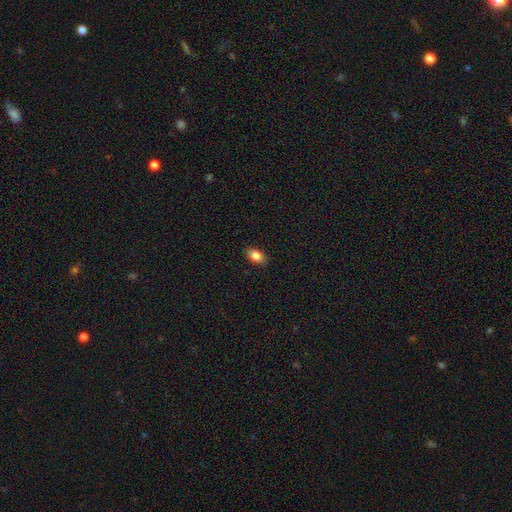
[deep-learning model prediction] Q: Smooth or featured?
A: smooth (85%); runner-up: star or artifact (8%)
Q: How rounded?
A: in between (90%); runner-up: round (7%)
Q: Merging?
A: none (88%); runner-up: minor disturbance (9%)